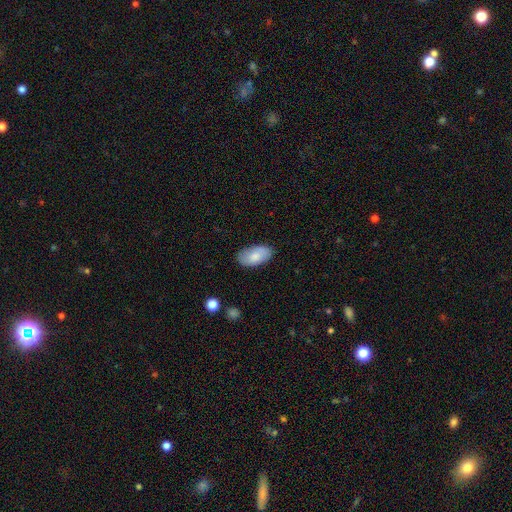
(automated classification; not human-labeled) Smooth or featured: smooth — 81% (featured or disk — 13%)
How rounded: in between — 95% (round — 3%)
Merging: none — 84% (minor disturbance — 12%)